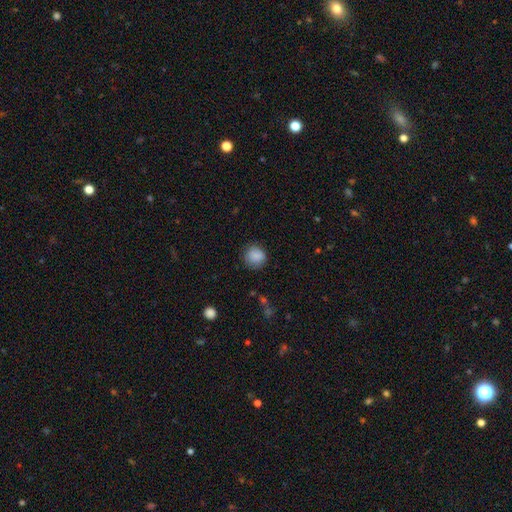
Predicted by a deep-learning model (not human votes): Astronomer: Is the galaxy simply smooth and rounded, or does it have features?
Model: smooth — 87%.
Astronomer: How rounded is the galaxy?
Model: round — 87%.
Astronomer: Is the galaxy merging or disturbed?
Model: none — 80%.